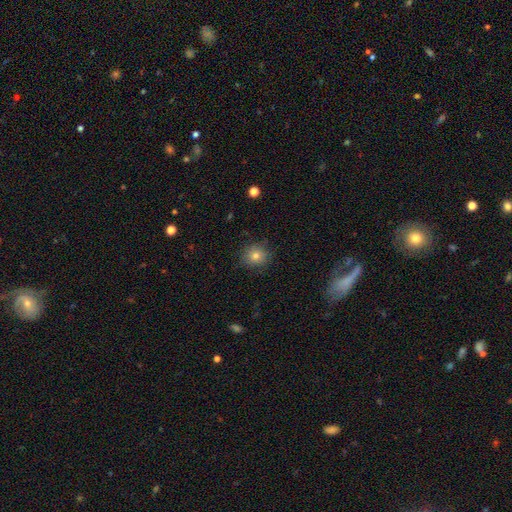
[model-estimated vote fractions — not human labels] This is likely a smooth galaxy (77%). How rounded: clearly round (81%). Merging: clearly none (83%).